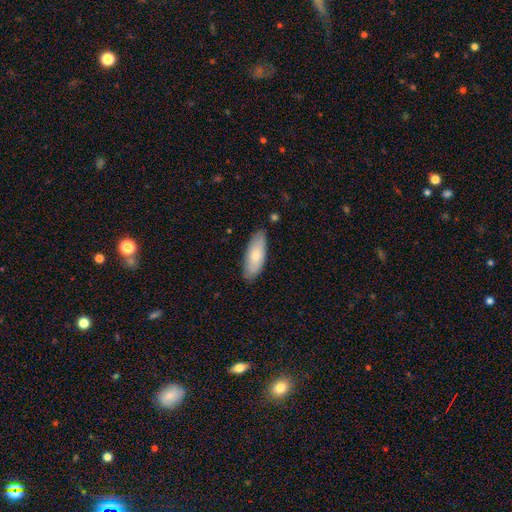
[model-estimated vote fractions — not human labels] Overall: smooth (74%). How rounded: in between (77%). Merging: none (82%).